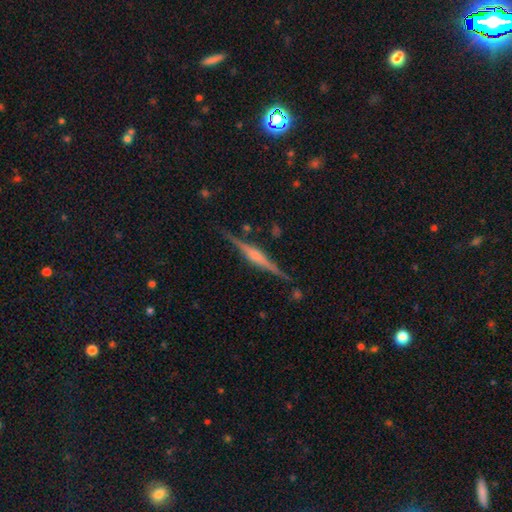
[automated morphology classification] Q: Smooth or featured?
A: featured or disk (83%); runner-up: smooth (11%)
Q: Edge-on disk?
A: yes (98%); runner-up: no (2%)
Q: Edge-on bulge?
A: rounded (73%); runner-up: boxy (19%)
Q: Merging?
A: none (88%); runner-up: minor disturbance (9%)